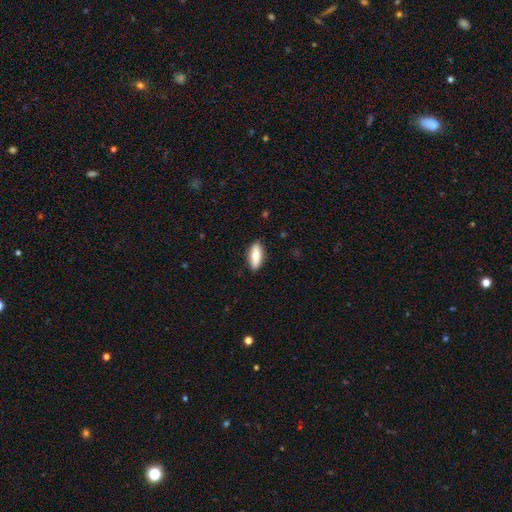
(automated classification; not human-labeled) smooth_or_featured: smooth (p=0.79) [alt: featured or disk p=0.16]
how_rounded: in between (p=0.69) [alt: cigar-shaped p=0.28]
merging: none (p=0.88) [alt: minor disturbance p=0.09]